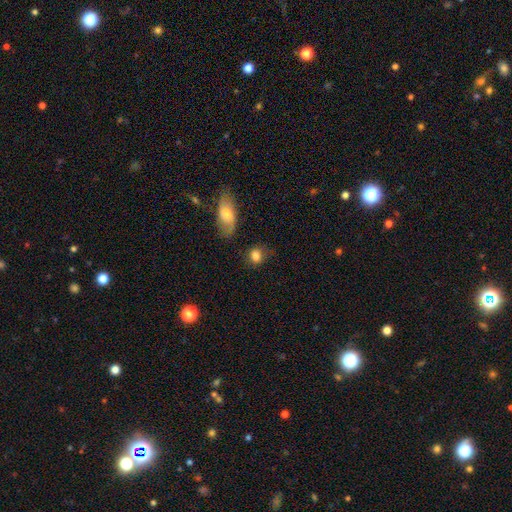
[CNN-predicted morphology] A smooth galaxy with no disk features (83%) that is round (67%). Merging: none (69%).